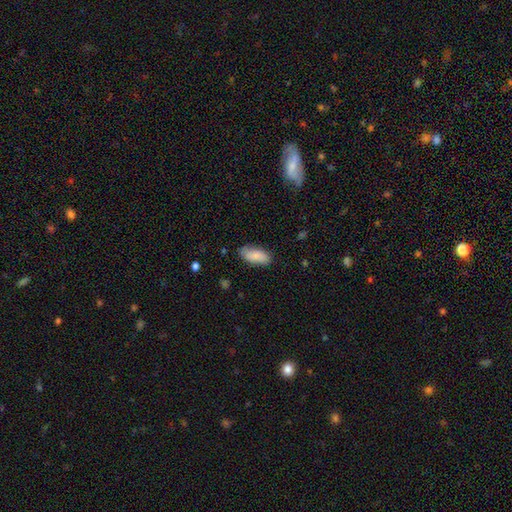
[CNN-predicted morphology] Q: Smooth or featured?
A: smooth (82%); runner-up: featured or disk (11%)
Q: How rounded?
A: in between (88%); runner-up: cigar-shaped (10%)
Q: Merging?
A: none (81%); runner-up: minor disturbance (15%)